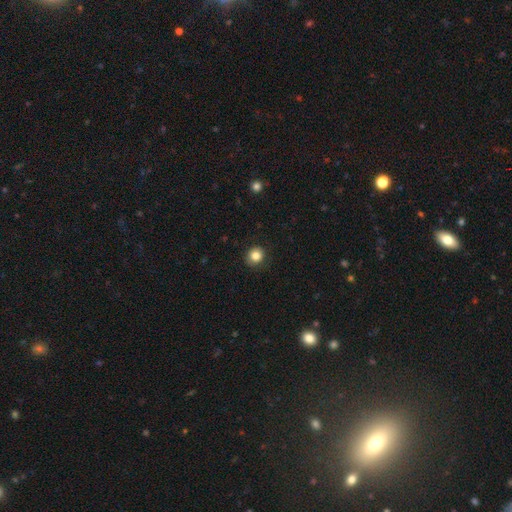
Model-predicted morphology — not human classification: Smooth or featured?
  - smooth: 84% *
  - star or artifact: 10%
  - featured or disk: 6%
How rounded?
  - round: 84% *
  - in between: 15%
  - cigar-shaped: 1%
Merging?
  - none: 89% *
  - minor disturbance: 8%
  - major disturbance: 2%
  - merger: 1%